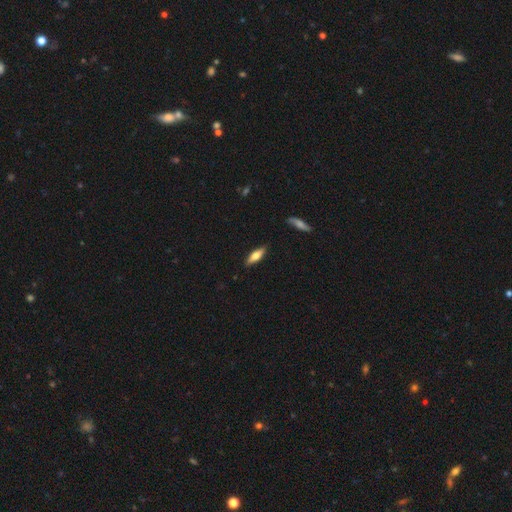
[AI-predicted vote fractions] Smooth or featured?
  - smooth: 64% *
  - featured or disk: 30%
  - star or artifact: 6%
How rounded?
  - in between: 49% * (tied)
  - cigar-shaped: 49% * (tied)
  - round: 2%
Merging?
  - none: 86% *
  - minor disturbance: 11%
  - major disturbance: 2%
  - merger: 1%